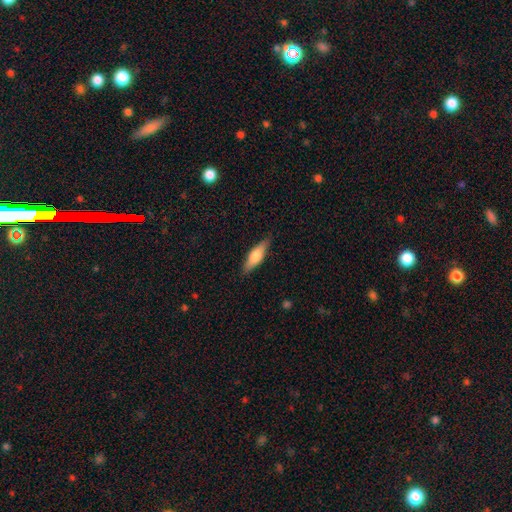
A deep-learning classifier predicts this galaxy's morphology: Smooth or featured: smooth — 66% (featured or disk — 28%)
How rounded: cigar-shaped — 55% (in between — 43%)
Merging: none — 86% (minor disturbance — 11%)